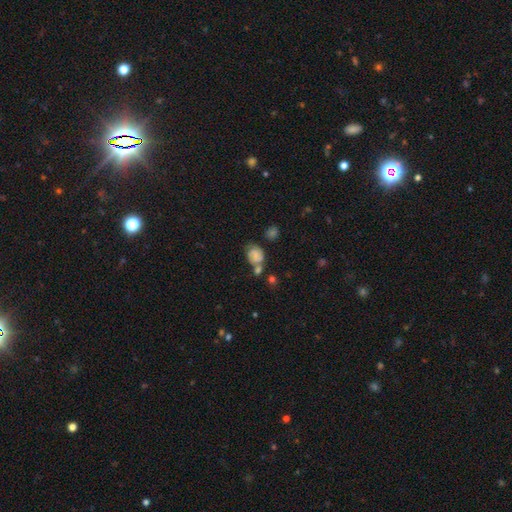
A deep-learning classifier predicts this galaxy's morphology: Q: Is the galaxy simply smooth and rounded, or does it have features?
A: smooth — 57%.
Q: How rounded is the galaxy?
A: in between — 56%.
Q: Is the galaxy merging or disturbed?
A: none — 38%.